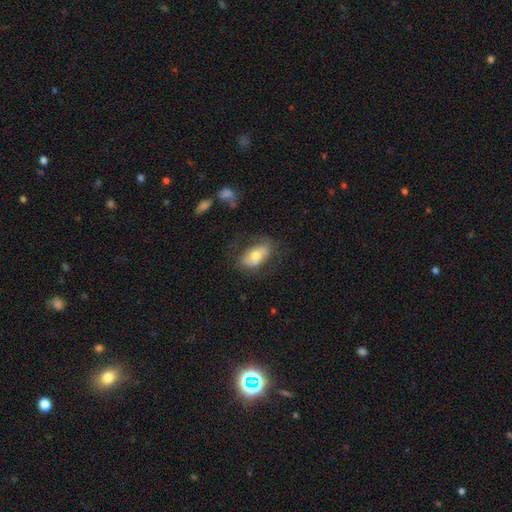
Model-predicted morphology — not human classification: smooth-or-featured: smooth: 60% | featured or disk: 33% | star or artifact: 7%
  how-rounded: in between: 89% | round: 7% | cigar-shaped: 4%
  merging: none: 65% | minor disturbance: 20% | major disturbance: 12% | merger: 4%